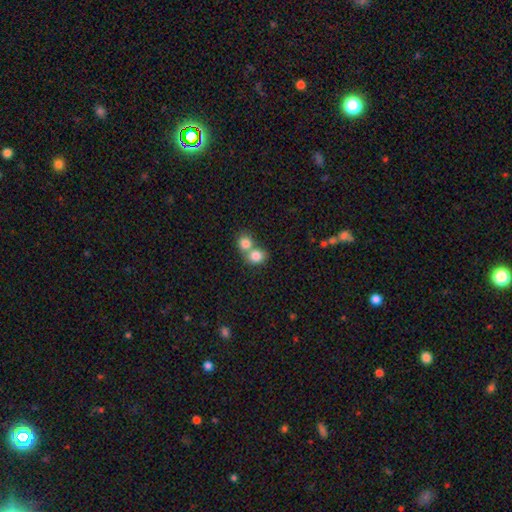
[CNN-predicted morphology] This appears to be a smooth galaxy with no disk features (82%) that is round (72%). Merging: merger (59%).